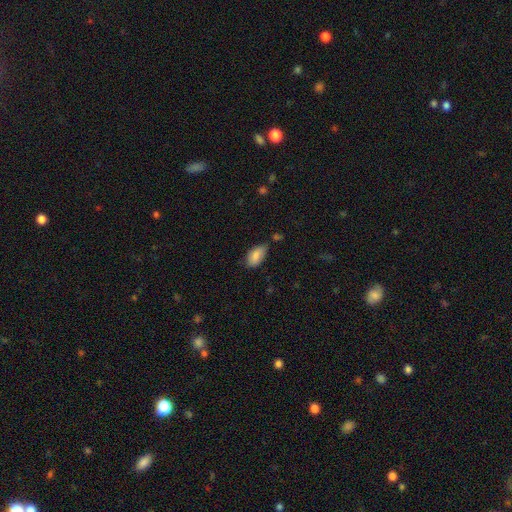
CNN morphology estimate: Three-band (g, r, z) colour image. It shows a smooth galaxy with no disk features (81%) that is in between round and cigar-shaped (93%). Merging: none (63%).